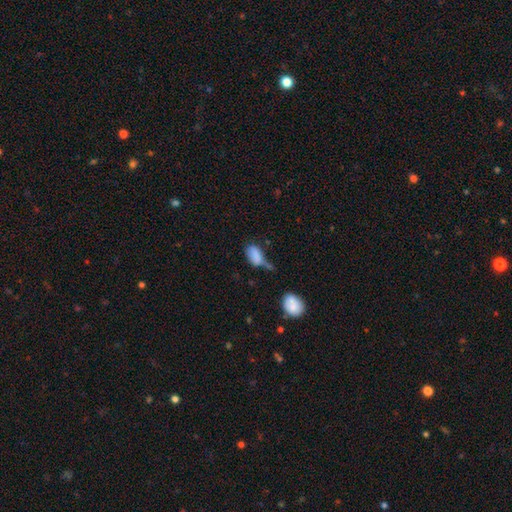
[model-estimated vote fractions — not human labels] Smooth or featured: smooth — 80% (featured or disk — 10%)
How rounded: in between — 90% (round — 6%)
Merging: none — 30% (tied with minor disturbance — 30%)